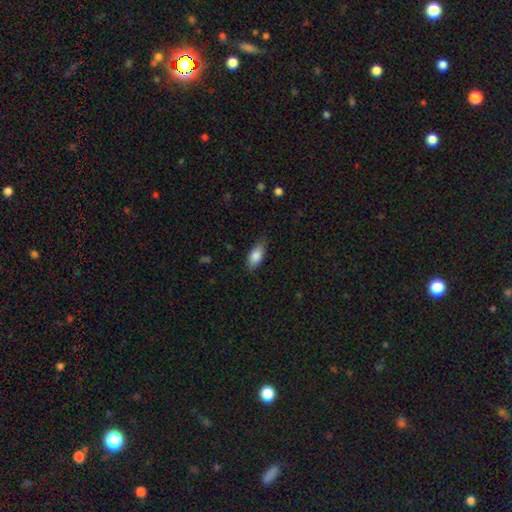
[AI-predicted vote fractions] Morphology: type=smooth (84%); roundness=in between (85%); merging=none (80%).